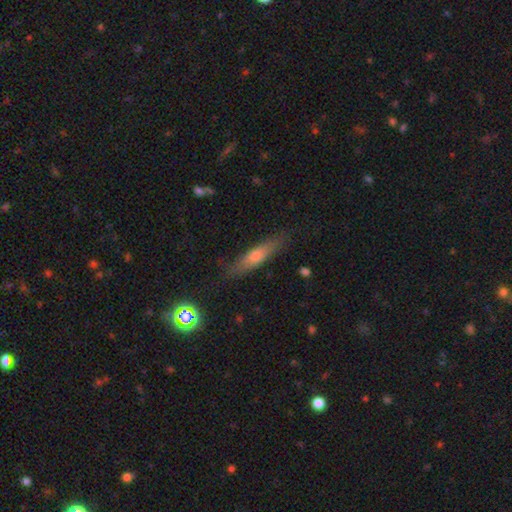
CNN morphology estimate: Smooth or featured?
  - smooth: 55% *
  - featured or disk: 36%
  - star or artifact: 9%
How rounded?
  - cigar-shaped: 79% *
  - in between: 19%
  - round: 2%
Merging?
  - none: 81% *
  - minor disturbance: 14%
  - major disturbance: 3%
  - merger: 2%